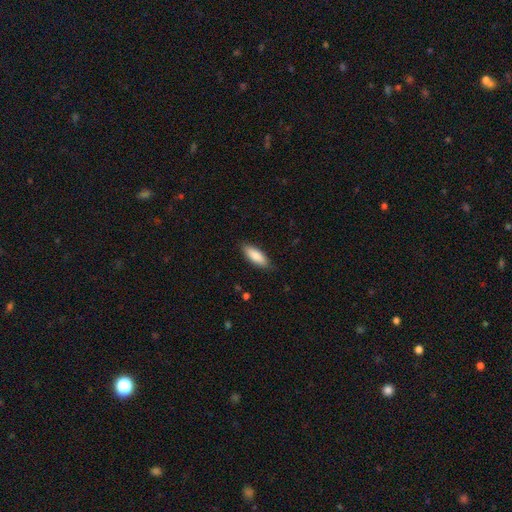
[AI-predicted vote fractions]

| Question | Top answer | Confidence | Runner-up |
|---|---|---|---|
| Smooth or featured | smooth | 86% | featured or disk (9%) |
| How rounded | in between | 68% | cigar-shaped (30%) |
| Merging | none | 86% | minor disturbance (11%) |